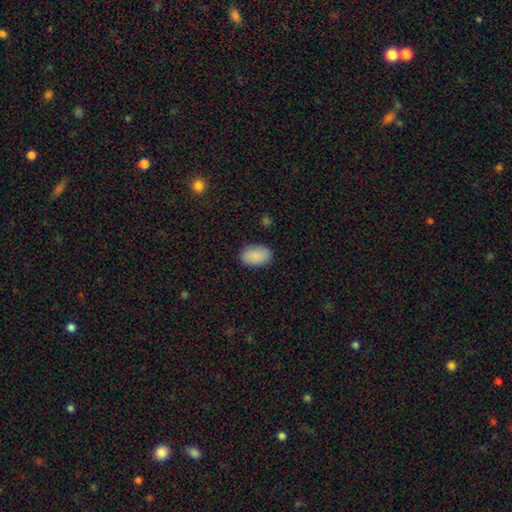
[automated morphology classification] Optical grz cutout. It shows a smooth galaxy with no disk features (89%) that is in between round and cigar-shaped (89%). Merging: none (86%).